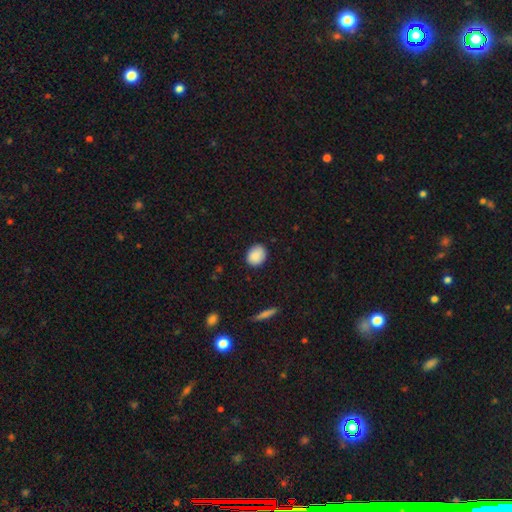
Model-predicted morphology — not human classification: The model was most divided on "how rounded": round: 54%, in between: 45%, cigar-shaped: 1%. More confident: smooth or featured — smooth (89%); merging — none (85%).